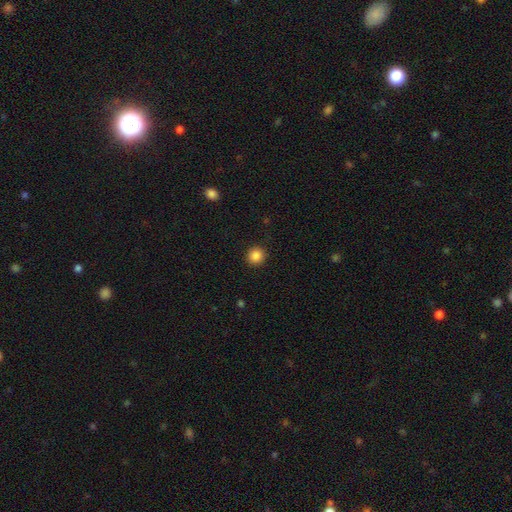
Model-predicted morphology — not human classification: smooth 86%, star or artifact 10%, featured or disk 3%. Down the decision tree: how rounded — round (92%); merging — none (91%).